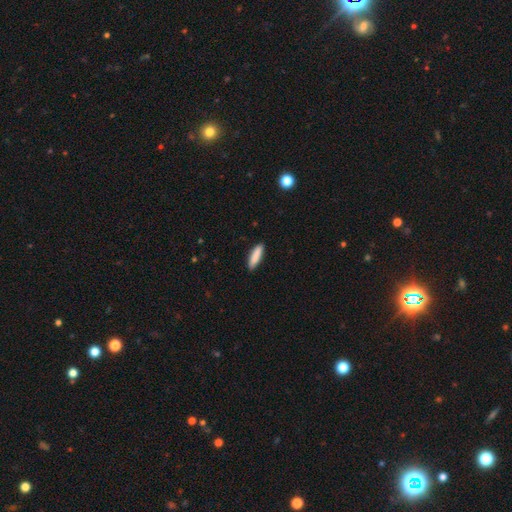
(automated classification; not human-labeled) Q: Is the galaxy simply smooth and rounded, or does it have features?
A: smooth — 87%.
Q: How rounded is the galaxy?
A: cigar-shaped — 71%.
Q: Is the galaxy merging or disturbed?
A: none — 89%.